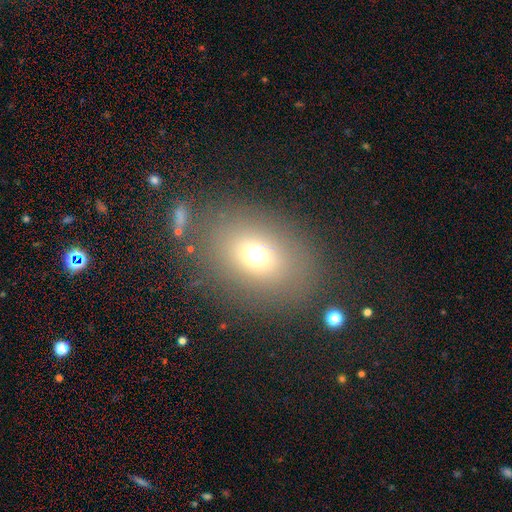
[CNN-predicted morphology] This is likely a smooth galaxy (69%). How rounded: possibly in between (56%). Merging: likely none (78%).